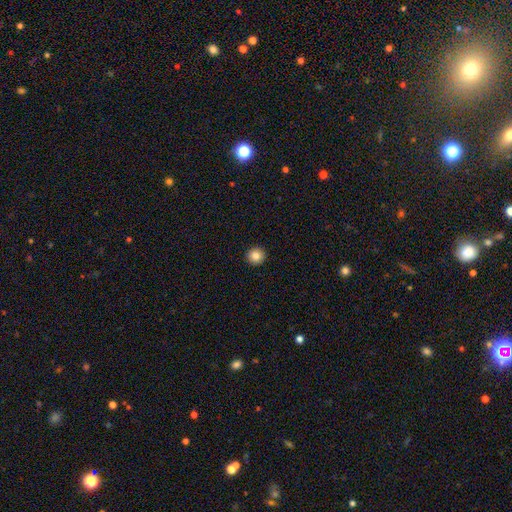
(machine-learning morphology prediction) Smooth or featured?
  - smooth: 84% *
  - star or artifact: 10%
  - featured or disk: 5%
How rounded?
  - round: 95% *
  - in between: 4%
  - cigar-shaped: 1%
Merging?
  - none: 94% *
  - minor disturbance: 4%
  - major disturbance: 1%
  - merger: 1%